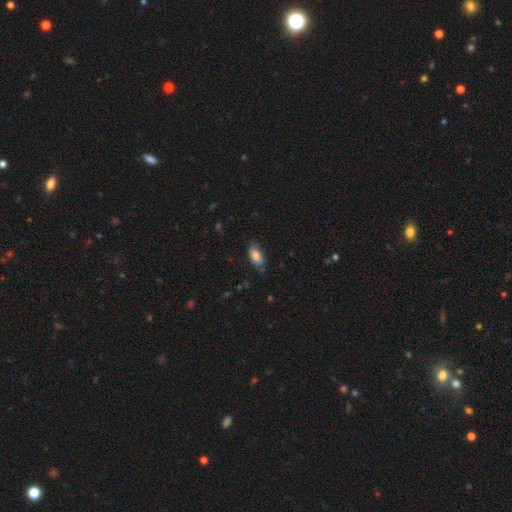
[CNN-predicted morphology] smooth_or_featured: smooth (p=0.81) [alt: featured or disk p=0.12]
how_rounded: in between (p=0.86) [alt: cigar-shaped p=0.11]
merging: none (p=0.75) [alt: minor disturbance p=0.20]